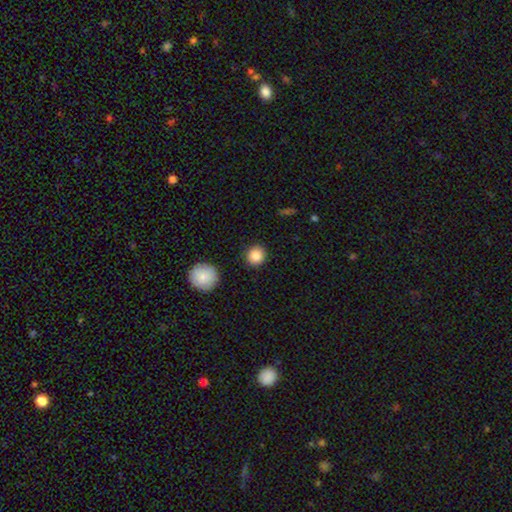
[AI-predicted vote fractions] smooth-or-featured: smooth: 86% | star or artifact: 9% | featured or disk: 5%
  how-rounded: round: 89% | in between: 10% | cigar-shaped: 1%
  merging: none: 90% | minor disturbance: 6% | major disturbance: 2% | merger: 2%